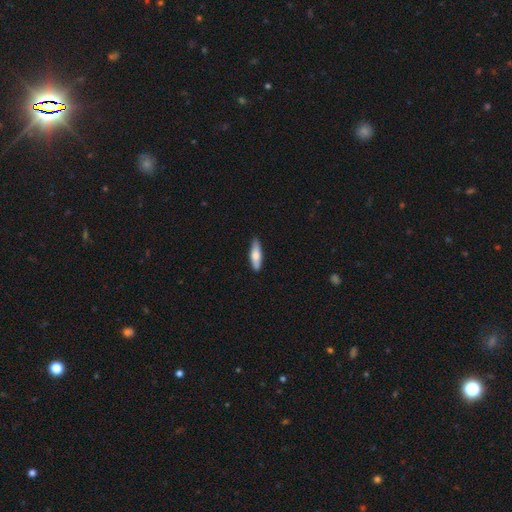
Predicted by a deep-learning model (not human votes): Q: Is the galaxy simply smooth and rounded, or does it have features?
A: smooth — 69%.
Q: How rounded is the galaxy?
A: cigar-shaped — 57%.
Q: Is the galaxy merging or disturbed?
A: none — 84%.